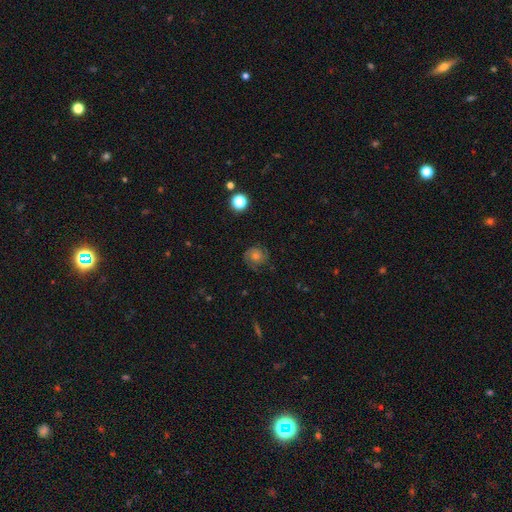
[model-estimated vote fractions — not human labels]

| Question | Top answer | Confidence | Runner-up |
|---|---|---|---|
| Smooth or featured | featured or disk | 58% | smooth (27%) |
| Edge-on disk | no | 97% | yes (3%) |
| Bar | no | 78% | weak (19%) |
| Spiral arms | yes | 91% | no (9%) |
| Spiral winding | tight | 54% | medium (36%) |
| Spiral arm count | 2 | 58% | can't tell (20%) |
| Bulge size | moderate | 52% | small (35%) |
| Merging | none | 77% | minor disturbance (15%) |